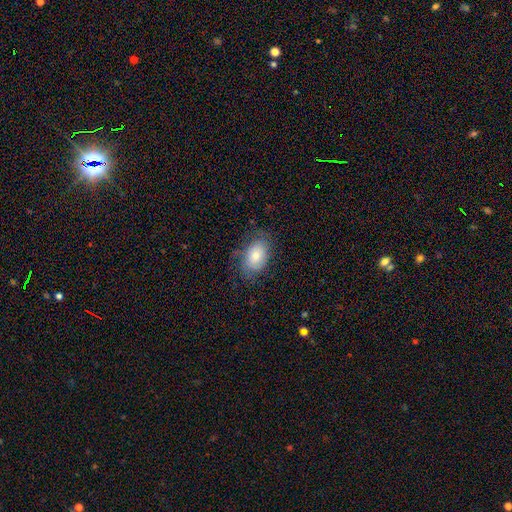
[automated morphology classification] smooth 75%, featured or disk 17%, star or artifact 8%. Down the decision tree: how rounded — in between (85%); merging — none (67%).